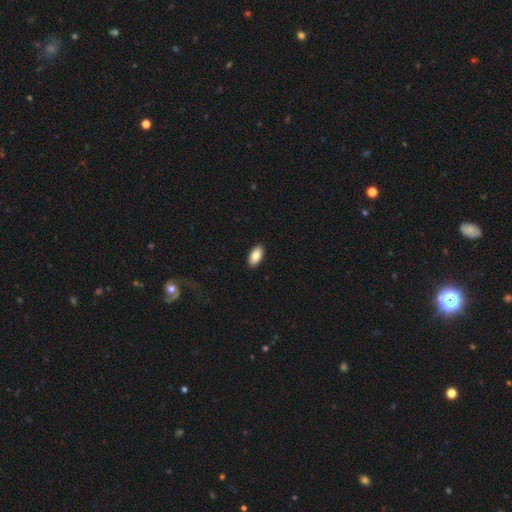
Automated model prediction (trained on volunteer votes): Smooth or featured: smooth — 86% (featured or disk — 8%)
How rounded: in between — 94% (cigar-shaped — 4%)
Merging: none — 90% (minor disturbance — 7%)